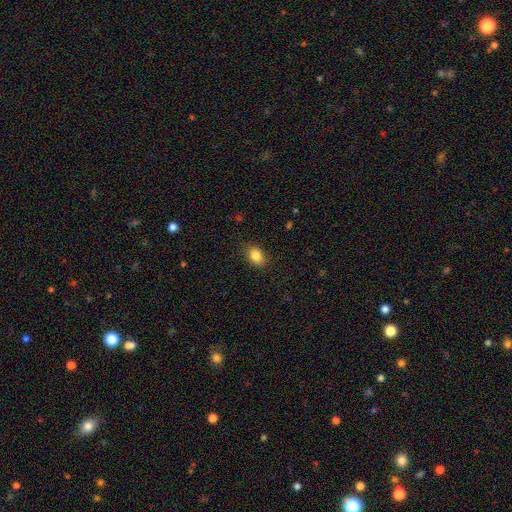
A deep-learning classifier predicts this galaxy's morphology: A smooth galaxy with no disk features (86%) that is in between round and cigar-shaped (69%).

Vote fractions:
- Smooth or featured? smooth: 86% / star or artifact: 9% / featured or disk: 5%
- How rounded? in between: 69% / round: 30% / cigar-shaped: 1%
- Merging? none: 86% / minor disturbance: 10% / major disturbance: 3% / merger: 1%